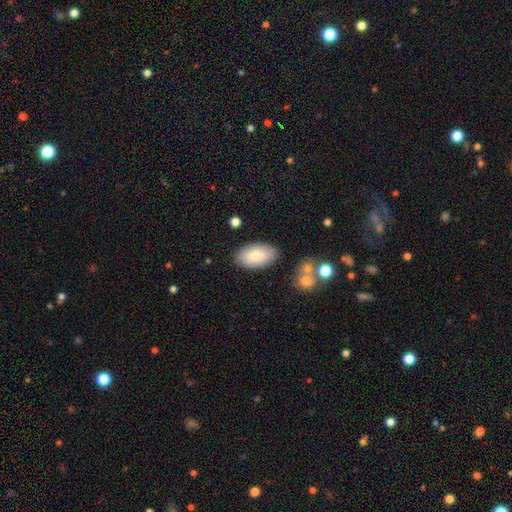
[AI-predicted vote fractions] smooth_or_featured: smooth (p=0.80) [alt: featured or disk p=0.14]
how_rounded: in between (p=0.95) [alt: round p=0.03]
merging: none (p=0.84) [alt: minor disturbance p=0.11]